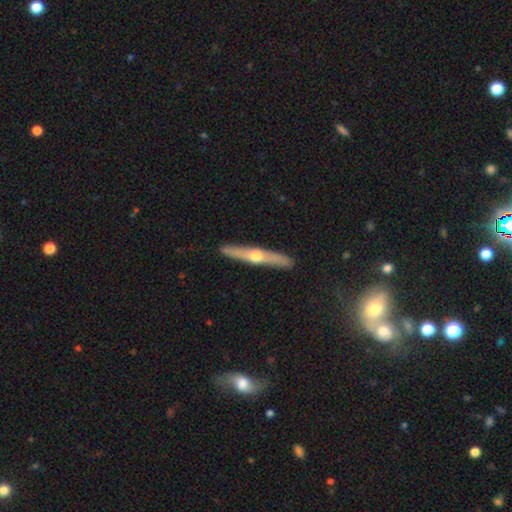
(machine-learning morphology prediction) The model was most divided on "smooth or featured": featured or disk: 66%, smooth: 27%, star or artifact: 6%. More confident: edge-on disk — yes (94%); edge-on bulge — rounded (91%); merging — none (90%).